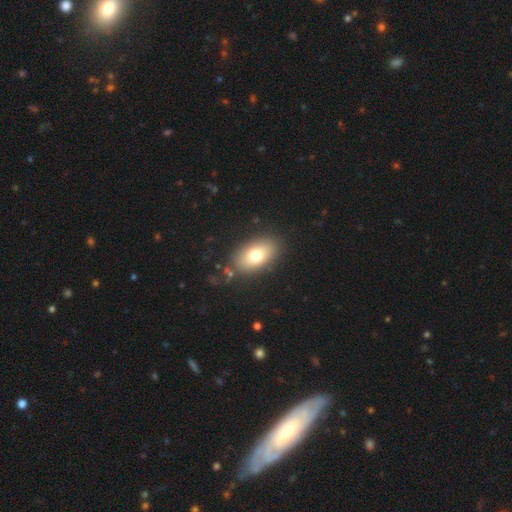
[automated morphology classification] This appears to be a smooth galaxy with no disk features (73%) that is in between round and cigar-shaped (88%). Merging: none (84%).